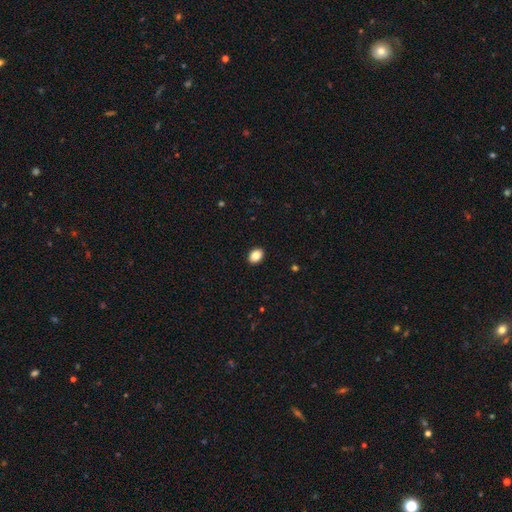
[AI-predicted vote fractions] Overall: smooth (86%). How rounded: in between (71%). Merging: none (91%).